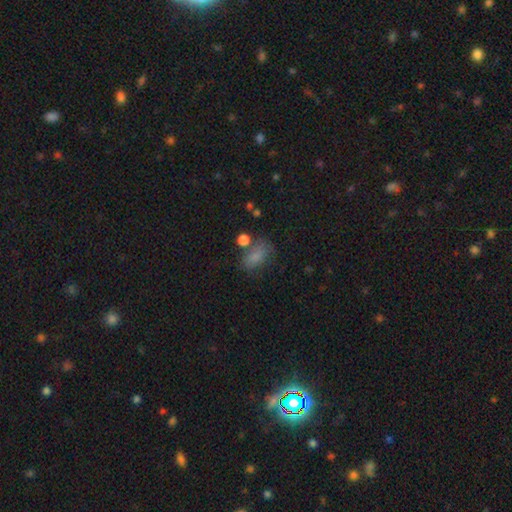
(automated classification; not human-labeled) Morphology: type=smooth (77%); roundness=in between (85%); merging=none (56%).